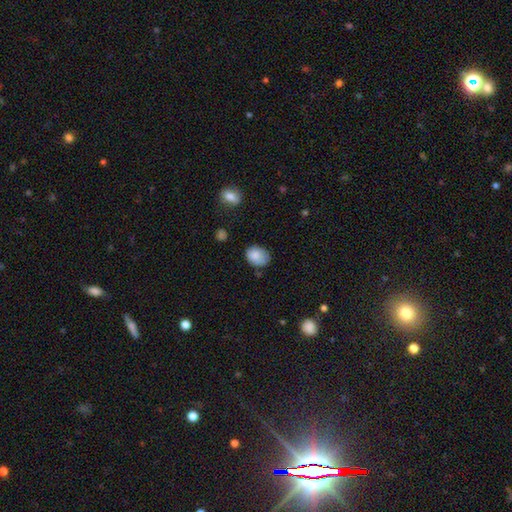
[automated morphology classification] type=smooth (84%); roundness=in between (63%); merging=none (63%).